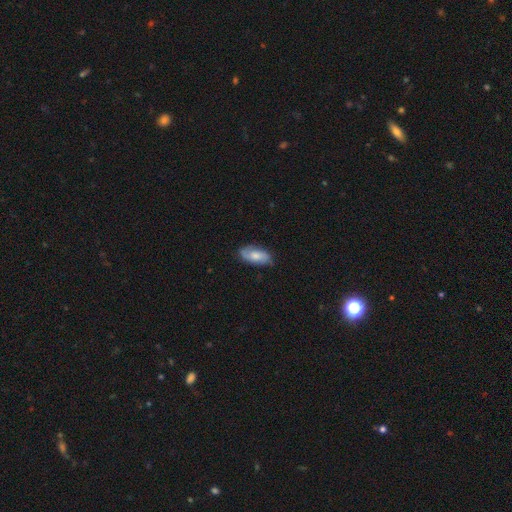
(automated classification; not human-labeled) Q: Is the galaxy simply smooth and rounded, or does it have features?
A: smooth — 49%.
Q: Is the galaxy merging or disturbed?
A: none — 78%.